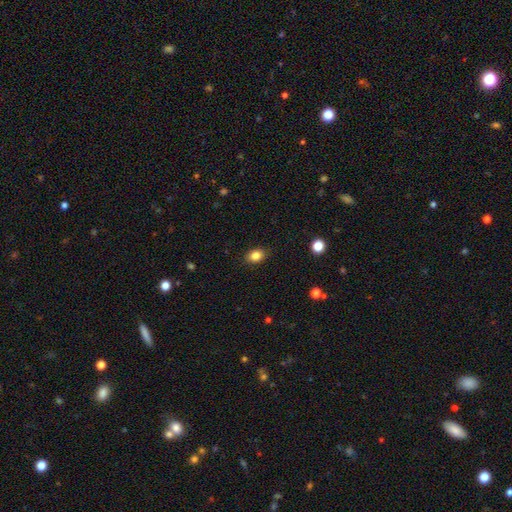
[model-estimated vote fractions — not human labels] Smooth or featured: smooth — 84% (star or artifact — 10%)
How rounded: in between — 71% (round — 28%)
Merging: none — 87% (minor disturbance — 9%)